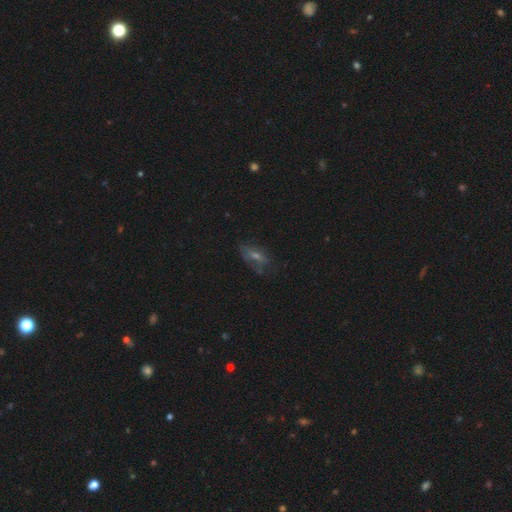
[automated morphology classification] Q: Smooth or featured?
A: featured or disk (41%); runner-up: smooth (37%)
Q: Merging?
A: none (64%); runner-up: minor disturbance (21%)